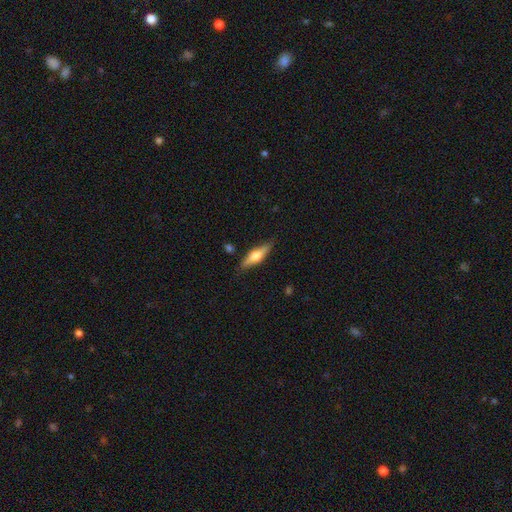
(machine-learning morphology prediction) Smooth or featured? featured or disk (61%)
Edge-on disk? yes (95%)
Edge-on bulge? rounded (92%)
Merging? none (85%)